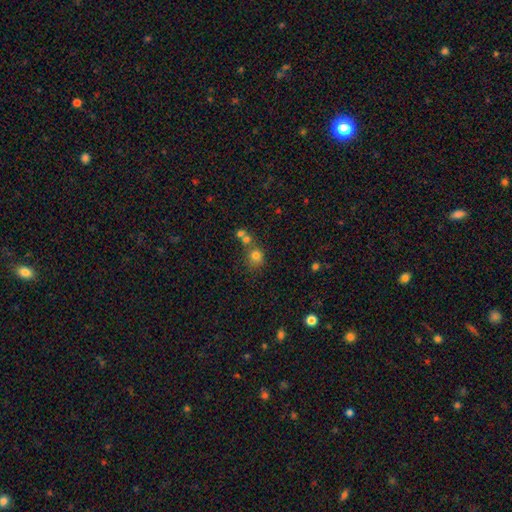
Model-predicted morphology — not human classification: smooth 74%, star or artifact 16%, featured or disk 10%. Down the decision tree: how rounded — round (80%); merging — none (50%).